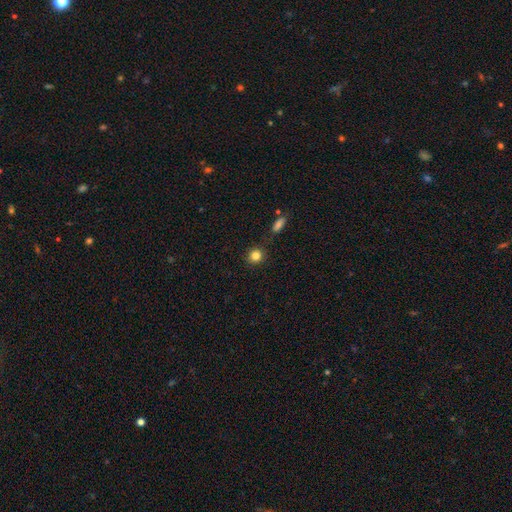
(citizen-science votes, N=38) A smooth galaxy with no disk features (87%) that is round (91%).

Vote fractions:
- Smooth or featured? smooth: 87% / star or artifact: 11% / featured or disk: 3%
- How rounded? round: 91% / in between: 6% / cigar-shaped: 3%
- Merging? none: 82% / minor disturbance: 15% / merger: 3% / major disturbance: 0%